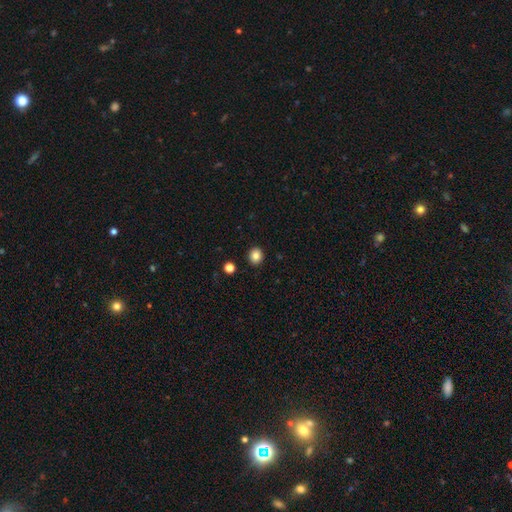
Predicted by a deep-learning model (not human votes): The model was most divided on "how rounded": round: 78%, in between: 21%, cigar-shaped: 1%. More confident: merging — none (91%); smooth or featured — smooth (84%).